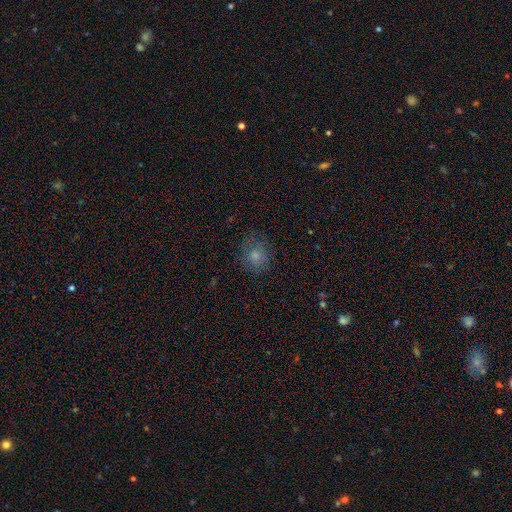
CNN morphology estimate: Smooth or featured? Predicted: smooth (p=0.77). How rounded? Predicted: round (p=0.75). Merging? Predicted: none (p=0.75).